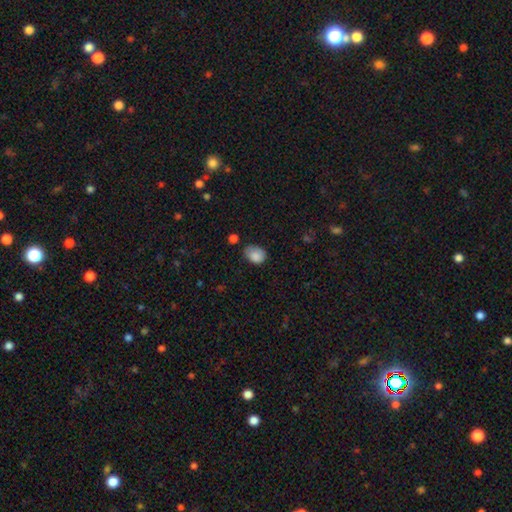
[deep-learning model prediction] Overall: smooth (85%). How rounded: in between (66%; round 33%). Merging: none (54%; minor disturbance 34%).